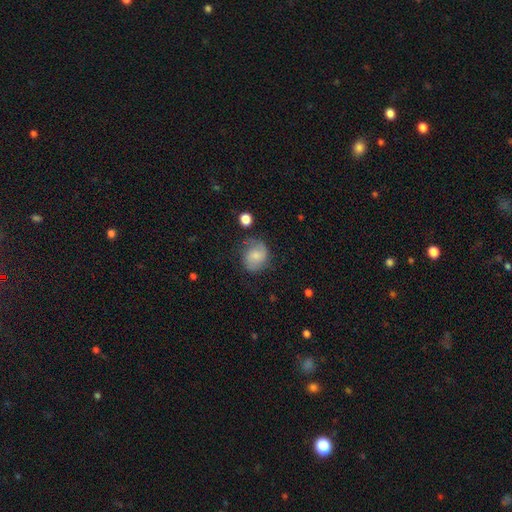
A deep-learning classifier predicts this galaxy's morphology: type=smooth (57%); roundness=round (70%); merging=none (60%).